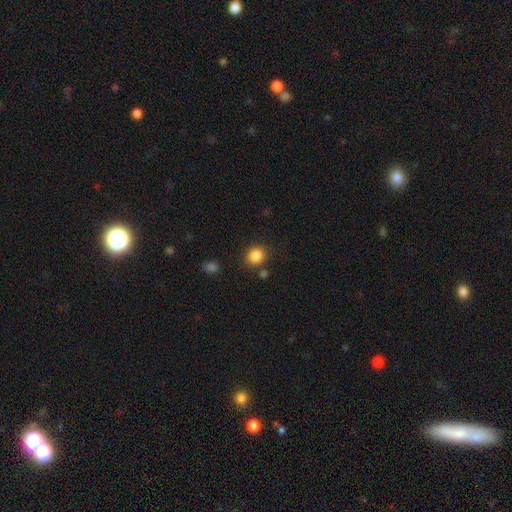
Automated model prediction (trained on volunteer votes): Q: Smooth or featured?
A: smooth (86%); runner-up: star or artifact (10%)
Q: How rounded?
A: round (85%); runner-up: in between (14%)
Q: Merging?
A: none (83%); runner-up: minor disturbance (9%)